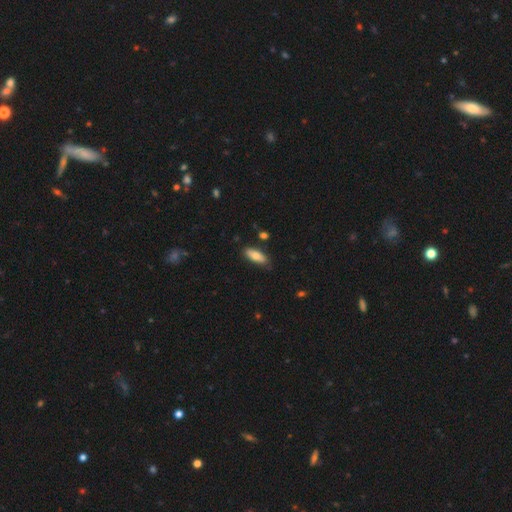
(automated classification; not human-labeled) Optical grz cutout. It shows a smooth galaxy with no disk features (77%) that is in between round and cigar-shaped (73%). Merging: none (77%).